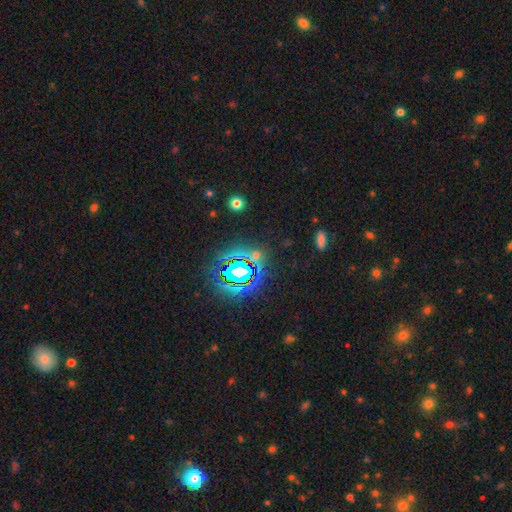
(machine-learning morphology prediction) The model was most divided on "smooth or featured": star or artifact: 67%, smooth: 23%, featured or disk: 10%.